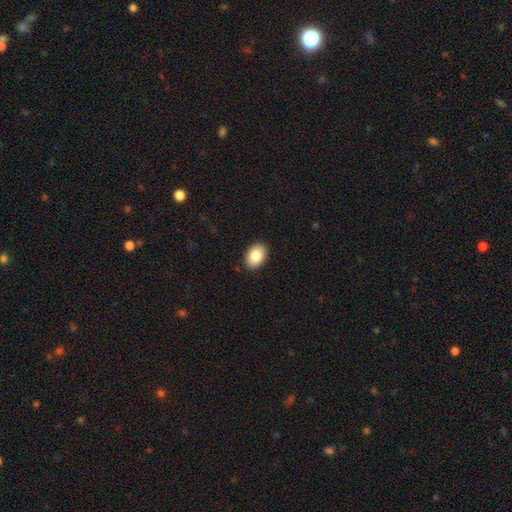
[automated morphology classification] A smooth galaxy with no disk features (85%) that is in between round and cigar-shaped (84%). Merging: none (89%).